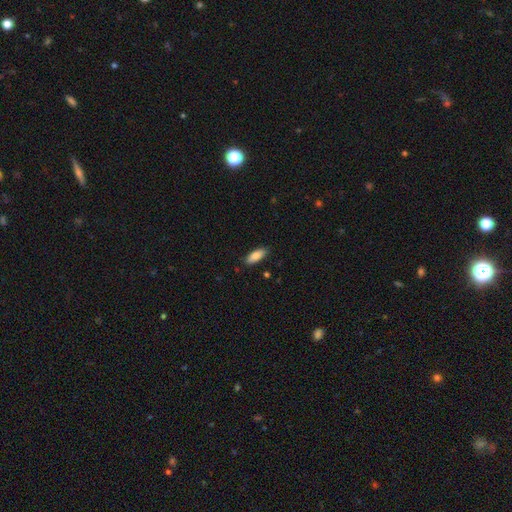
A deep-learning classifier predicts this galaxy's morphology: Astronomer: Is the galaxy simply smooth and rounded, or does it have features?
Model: smooth — 82%.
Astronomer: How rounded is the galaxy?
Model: in between — 77%.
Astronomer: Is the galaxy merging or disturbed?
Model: none — 86%.